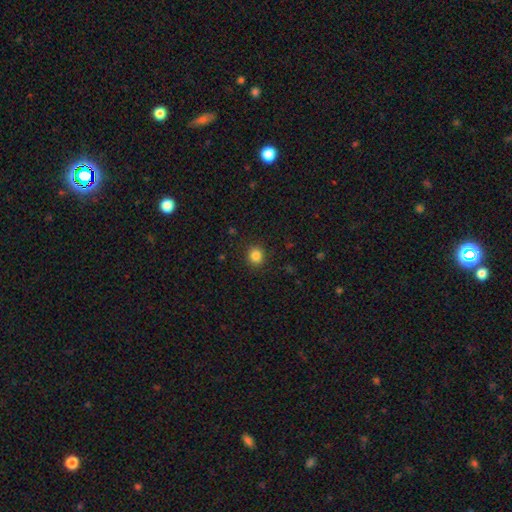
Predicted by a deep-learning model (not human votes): Smooth or featured? smooth (85%)
How rounded? round (82%)
Merging? none (90%)